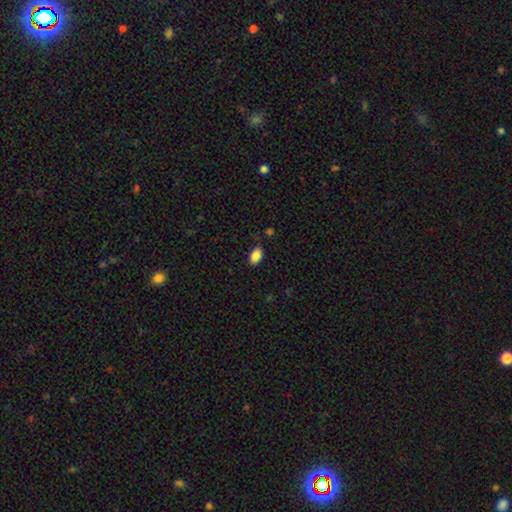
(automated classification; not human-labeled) Smooth or featured?
  - smooth: 88% *
  - star or artifact: 8%
  - featured or disk: 4%
How rounded?
  - in between: 92% *
  - round: 6%
  - cigar-shaped: 2%
Merging?
  - none: 83% *
  - minor disturbance: 13%
  - major disturbance: 3%
  - merger: 2%